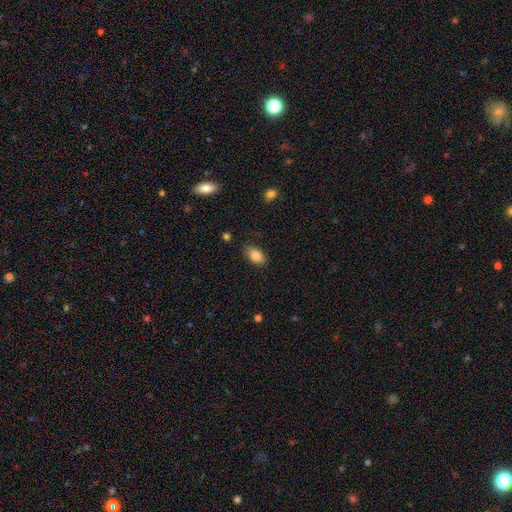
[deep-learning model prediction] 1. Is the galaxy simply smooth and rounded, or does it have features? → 86% smooth, 7% star or artifact, 7% featured or disk.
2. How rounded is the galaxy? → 91% in between, 6% round, 2% cigar-shaped.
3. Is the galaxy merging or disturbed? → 82% none, 13% minor disturbance, 3% major disturbance, 1% merger.